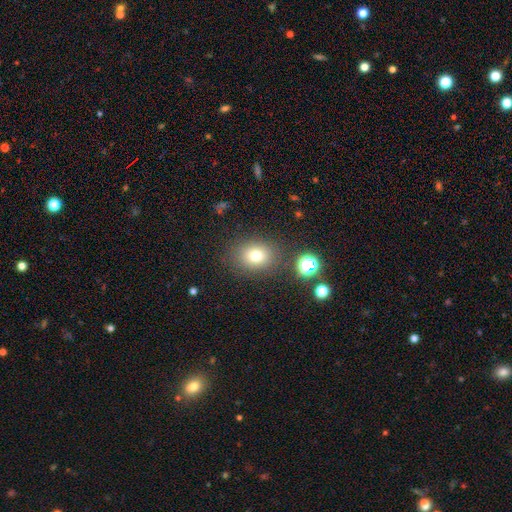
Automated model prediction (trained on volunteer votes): This is likely a smooth galaxy (75%). How rounded: possibly round (58%). Merging: clearly none (81%).